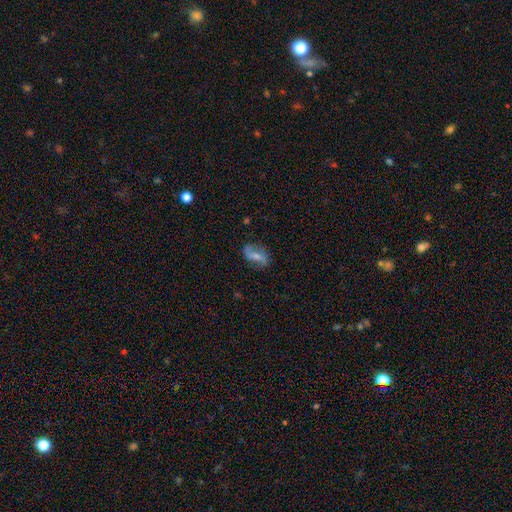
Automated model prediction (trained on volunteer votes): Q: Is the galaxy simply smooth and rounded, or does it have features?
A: featured or disk — 55%.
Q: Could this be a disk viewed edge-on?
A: no — 94%.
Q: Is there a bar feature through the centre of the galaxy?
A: weak — 38%.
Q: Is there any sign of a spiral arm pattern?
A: yes — 78%.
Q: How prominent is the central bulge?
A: moderate — 42%.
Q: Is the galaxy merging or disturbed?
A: none — 71%.